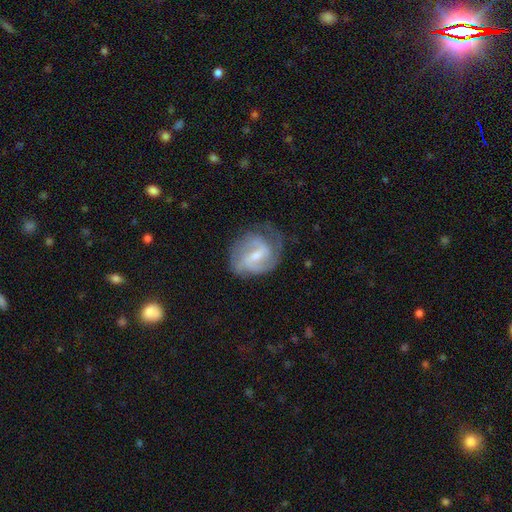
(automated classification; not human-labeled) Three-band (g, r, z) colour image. It shows a featured or disk galaxy (79%) with a weak bar (59%), 2 (55%) medium (45%) spiral arms (92%) and a small central bulge (47%). Merging: none (55%).